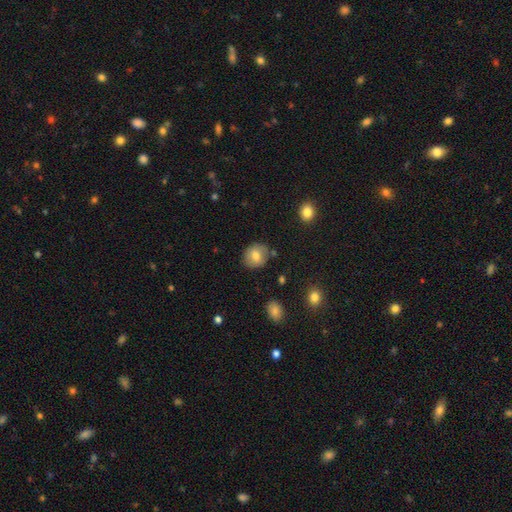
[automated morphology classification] This is likely a smooth galaxy (75%). How rounded: likely round (74%). Merging: clearly none (81%).